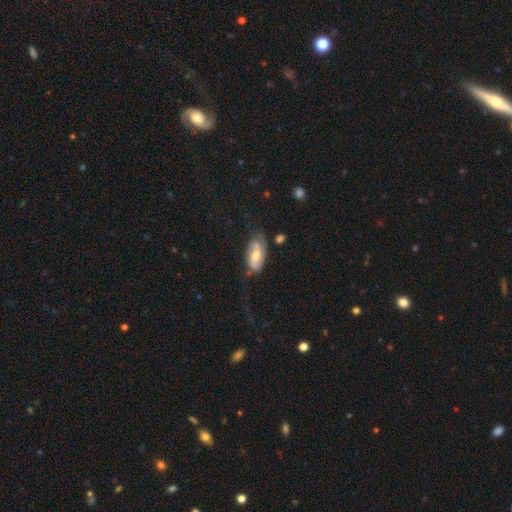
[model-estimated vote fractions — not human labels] Smooth or featured? featured or disk (53%)
Edge-on disk? no (91%)
Merging? none (59%)